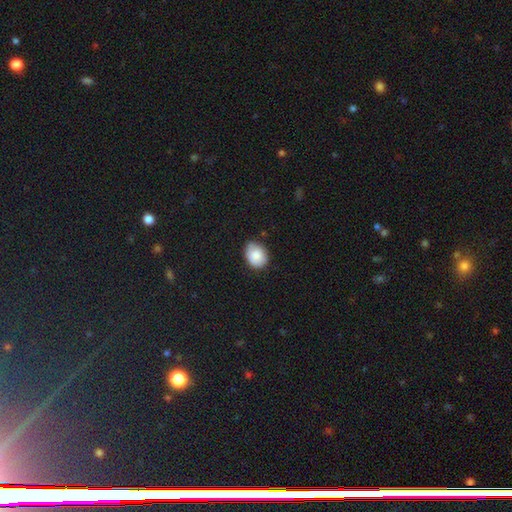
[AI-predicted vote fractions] This is clearly a smooth galaxy (84%). How rounded: possibly in between (60%). Merging: likely none (71%).